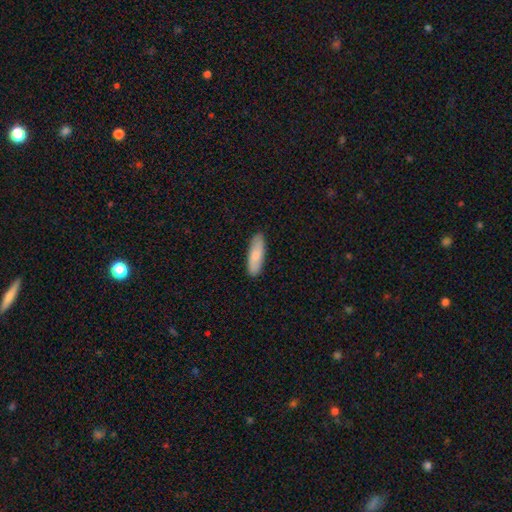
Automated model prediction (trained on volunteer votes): Morphology: type=smooth (82%); roundness=cigar-shaped (50%); merging=none (89%).